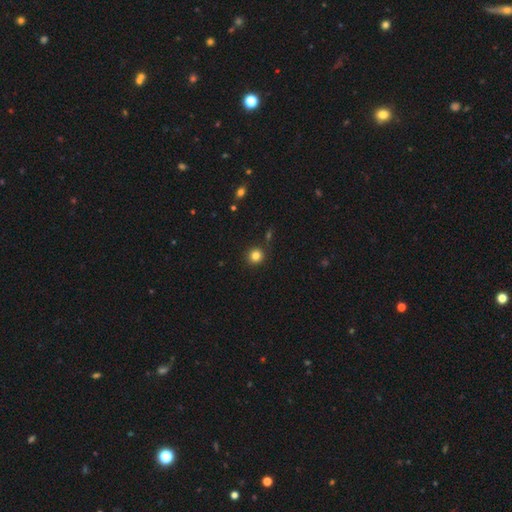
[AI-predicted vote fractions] The model was most divided on "smooth or featured": smooth: 82%, star or artifact: 12%, featured or disk: 5%. More confident: how rounded — round (92%); merging — none (88%).